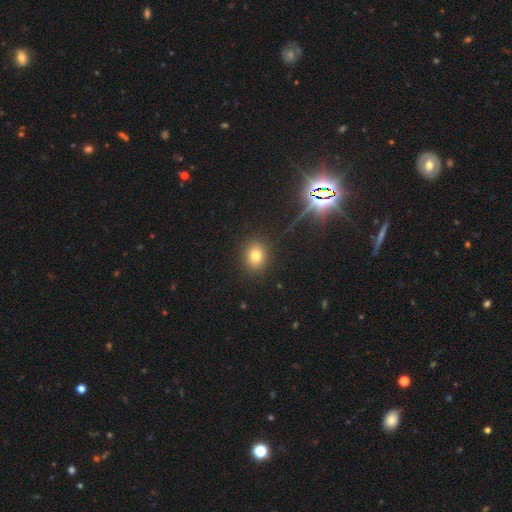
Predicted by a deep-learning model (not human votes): A smooth galaxy with no disk features (77%) that is round (57%).

Vote fractions:
- Smooth or featured? smooth: 77% / star or artifact: 14% / featured or disk: 8%
- How rounded? round: 57% / in between: 42% / cigar-shaped: 1%
- Merging? none: 88% / minor disturbance: 7% / major disturbance: 3% / merger: 1%